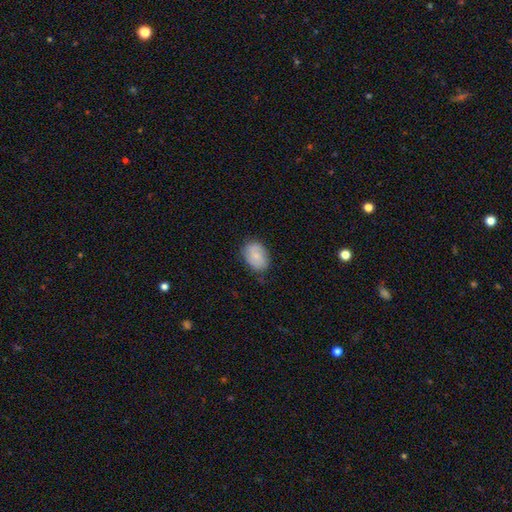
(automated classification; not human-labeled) Smooth or featured: smooth — 67% (featured or disk — 26%)
How rounded: in between — 78% (round — 21%)
Merging: none — 74% (minor disturbance — 20%)